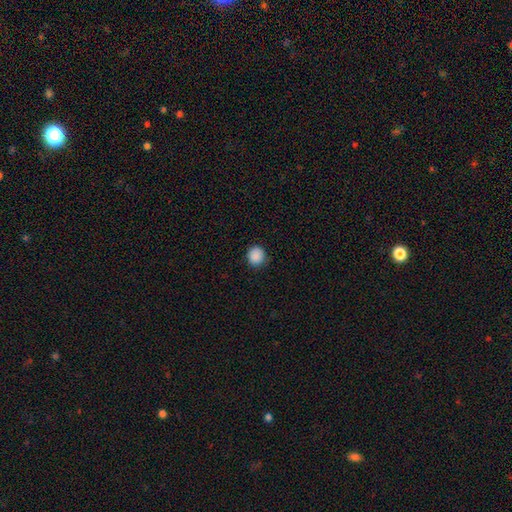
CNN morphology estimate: This appears to be a smooth galaxy with no disk features (88%) that is round (89%). Merging: none (86%).